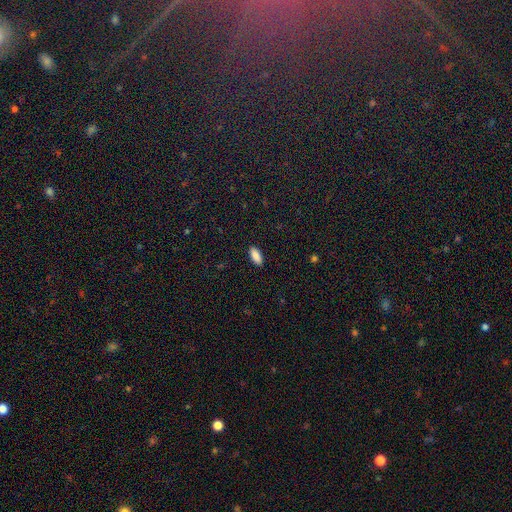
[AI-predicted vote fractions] The model was most divided on "how rounded": in between: 85%, cigar-shaped: 13%, round: 2%. More confident: merging — none (90%); smooth or featured — smooth (88%).